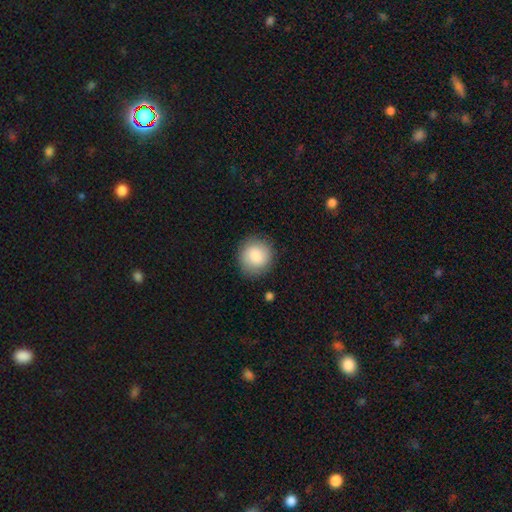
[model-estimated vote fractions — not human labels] Morphology: type=smooth (85%); roundness=round (89%); merging=none (86%).